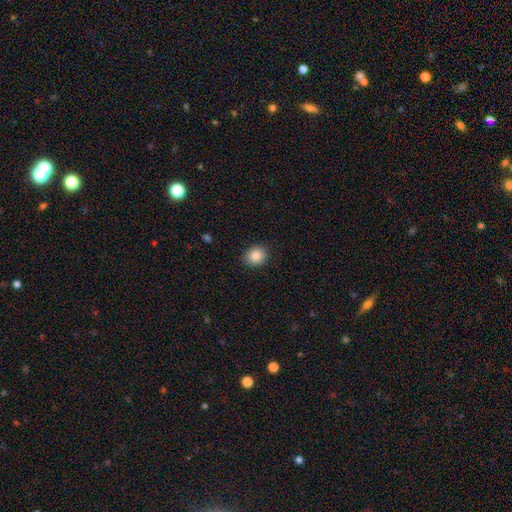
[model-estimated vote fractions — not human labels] Smooth or featured? smooth (86%)
How rounded? round (71%)
Merging? none (89%)